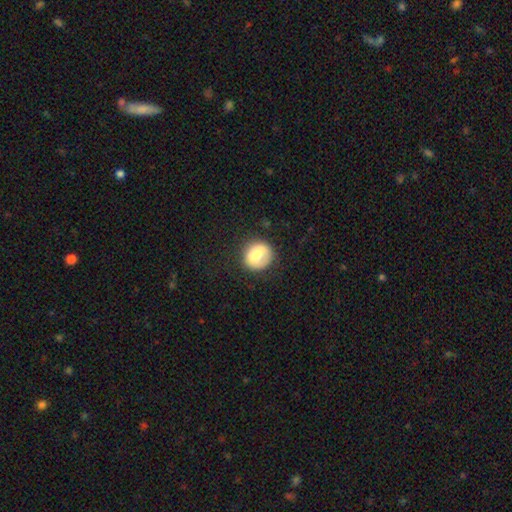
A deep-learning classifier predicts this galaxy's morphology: A smooth galaxy with no disk features (77%) that is round (77%). Merging: none (74%).